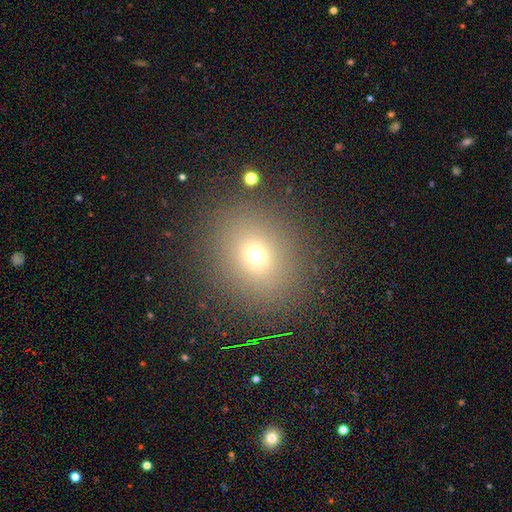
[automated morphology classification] smooth 68%, star or artifact 21%, featured or disk 11%. Down the decision tree: how rounded — round (72%); merging — none (87%).